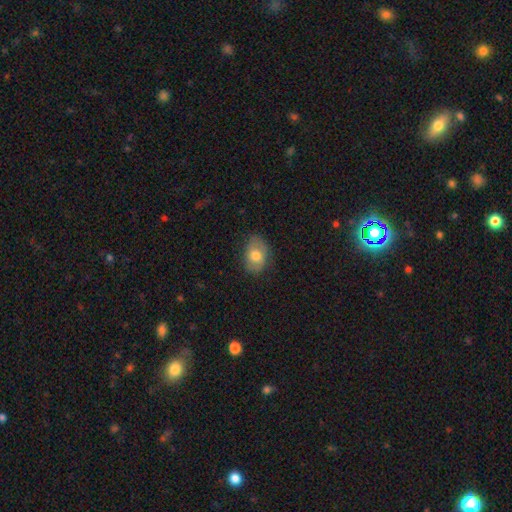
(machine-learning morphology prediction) A smooth galaxy with no disk features (69%) that is in between round and cigar-shaped (73%).

Vote fractions:
- Smooth or featured? smooth: 69% / featured or disk: 23% / star or artifact: 8%
- How rounded? in between: 73% / round: 26% / cigar-shaped: 1%
- Merging? none: 72% / minor disturbance: 21% / major disturbance: 6% / merger: 1%